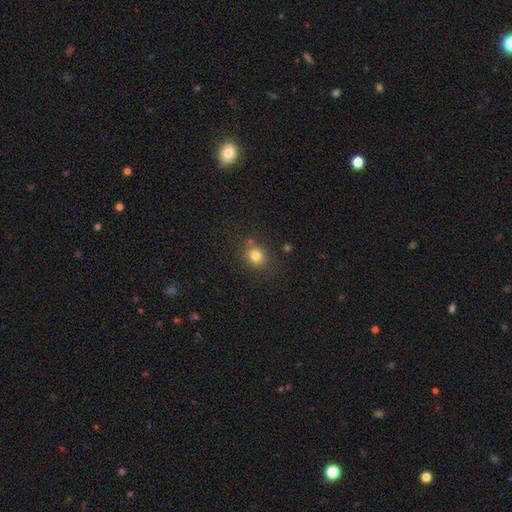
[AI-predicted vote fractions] Q: Smooth or featured?
A: smooth (79%); runner-up: star or artifact (13%)
Q: How rounded?
A: round (75%); runner-up: in between (25%)
Q: Merging?
A: none (78%); runner-up: minor disturbance (12%)